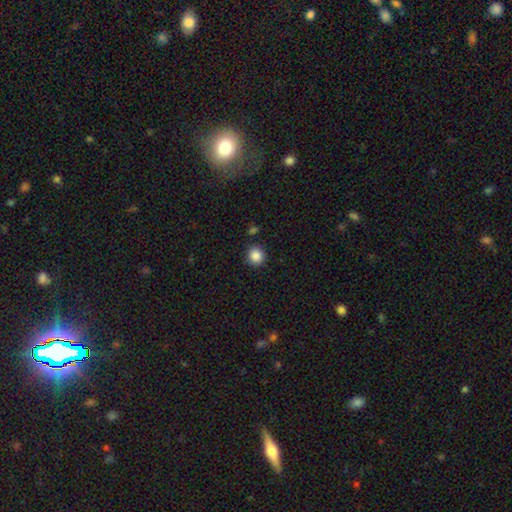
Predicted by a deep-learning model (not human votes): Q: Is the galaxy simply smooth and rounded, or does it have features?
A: smooth — 87%.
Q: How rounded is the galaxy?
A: round — 89%.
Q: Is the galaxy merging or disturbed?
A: none — 87%.